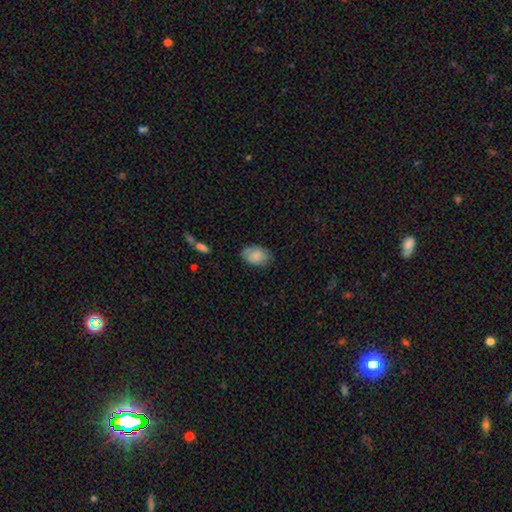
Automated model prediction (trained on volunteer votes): A smooth galaxy with no disk features (83%) that is in between round and cigar-shaped (85%). Merging: none (72%).